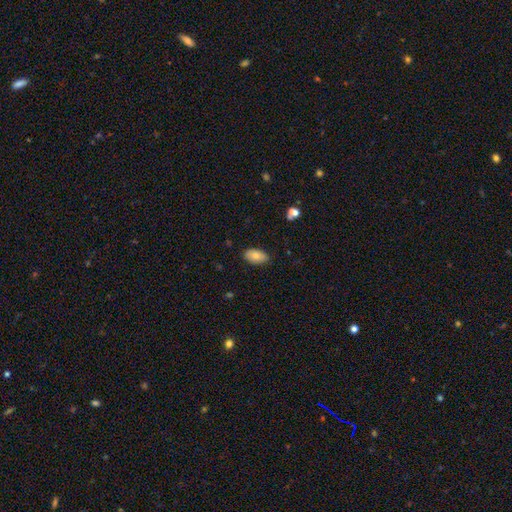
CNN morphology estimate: Smooth or featured?
  - smooth: 79% *
  - featured or disk: 13%
  - star or artifact: 8%
How rounded?
  - in between: 94% *
  - round: 5%
  - cigar-shaped: 2%
Merging?
  - none: 85% *
  - minor disturbance: 12%
  - major disturbance: 2%
  - merger: 1%